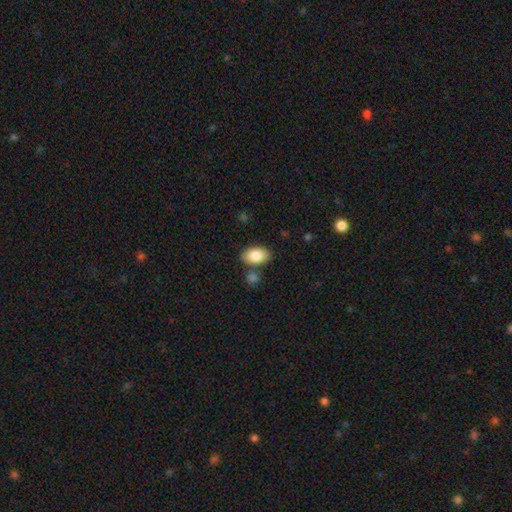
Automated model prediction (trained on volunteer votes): smooth 84%, featured or disk 9%, star or artifact 7%. Down the decision tree: how rounded — in between (92%); merging — none (78%).